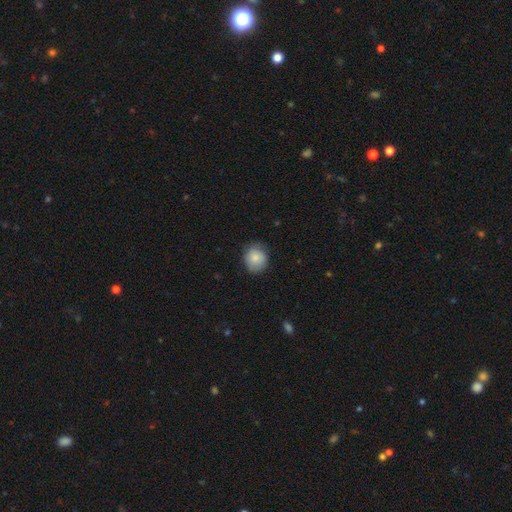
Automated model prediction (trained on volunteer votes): smooth 82%, featured or disk 10%, star or artifact 8%. Down the decision tree: how rounded — round (78%); merging — none (80%).